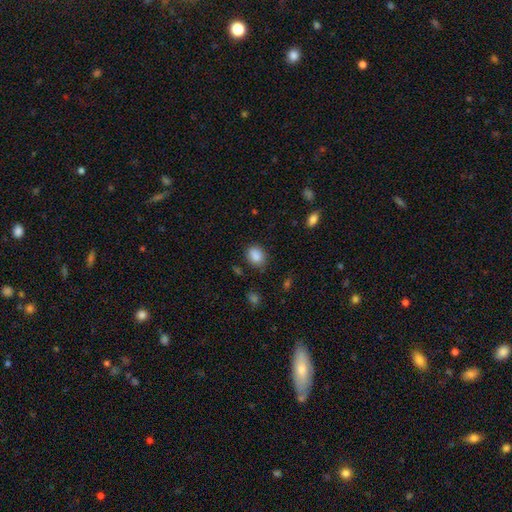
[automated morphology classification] smooth_or_featured: smooth (p=0.87) [alt: star or artifact p=0.09]
how_rounded: in between (p=0.61) [alt: round p=0.38]
merging: none (p=0.76) [alt: minor disturbance p=0.17]